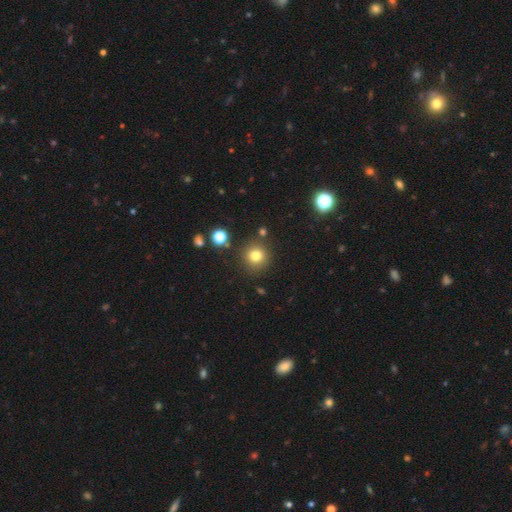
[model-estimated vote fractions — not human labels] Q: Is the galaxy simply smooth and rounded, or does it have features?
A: smooth — 78%.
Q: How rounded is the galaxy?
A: round — 93%.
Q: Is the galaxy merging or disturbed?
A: none — 86%.